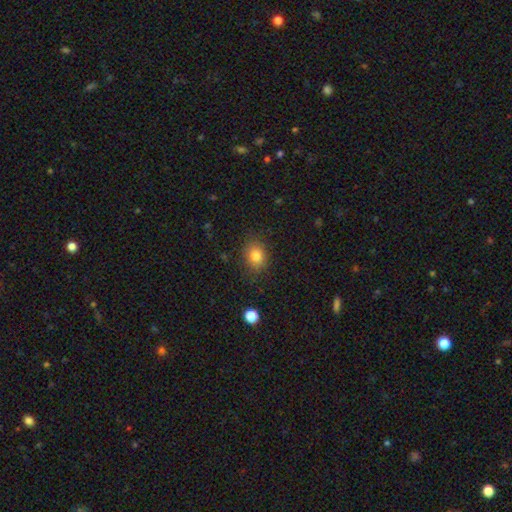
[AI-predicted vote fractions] This appears to be a smooth galaxy with no disk features (82%) that is round (53%). Merging: none (84%).